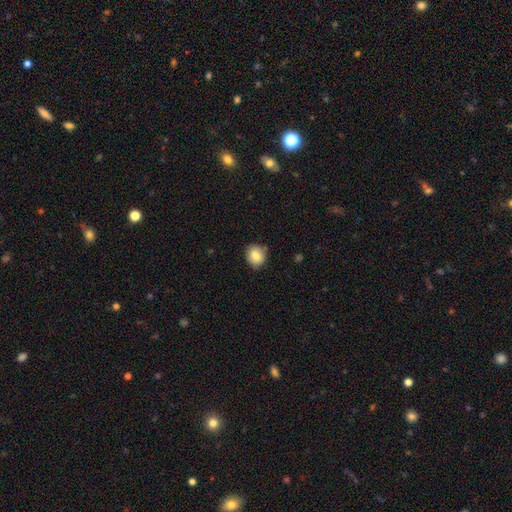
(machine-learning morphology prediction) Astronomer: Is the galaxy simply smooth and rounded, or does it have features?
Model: smooth — 81%.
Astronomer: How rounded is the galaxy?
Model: round — 74%.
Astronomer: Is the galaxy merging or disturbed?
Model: none — 78%.